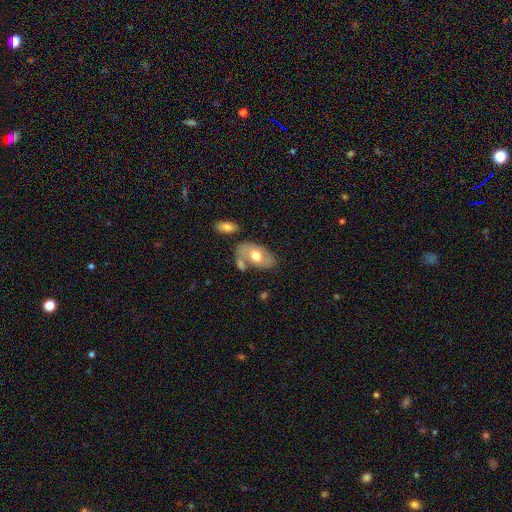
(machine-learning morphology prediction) Smooth or featured: smooth — 56% (featured or disk — 38%)
How rounded: in between — 91% (round — 8%)
Merging: none — 51% (merger — 22%)